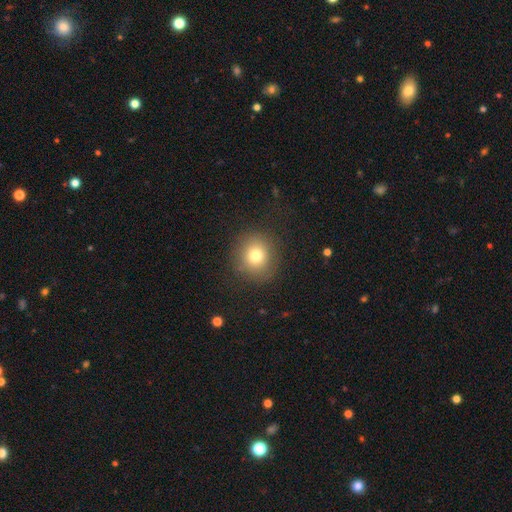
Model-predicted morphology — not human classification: This appears to be a smooth galaxy with no disk features (76%) that is round (89%). Merging: none (84%).